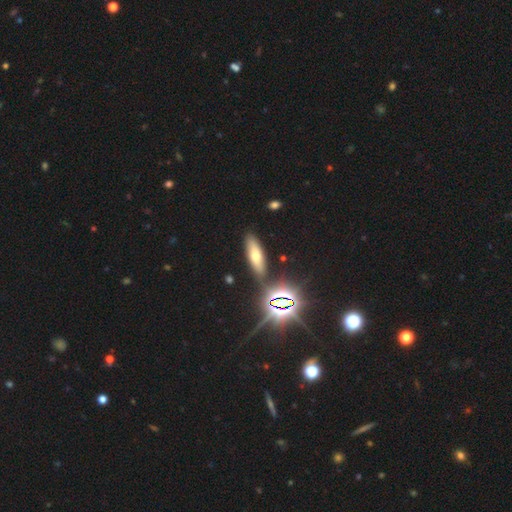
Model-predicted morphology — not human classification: Smooth or featured? smooth (47%)
Merging? none (84%)